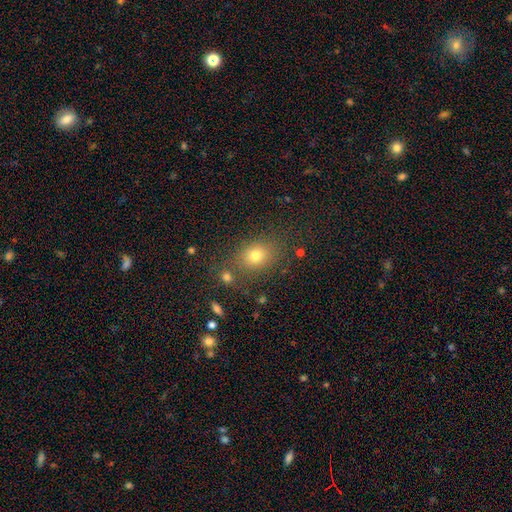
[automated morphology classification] Smooth or featured? Predicted: smooth (p=0.73). How rounded? Predicted: in between (p=0.52). Merging? Predicted: none (p=0.77).